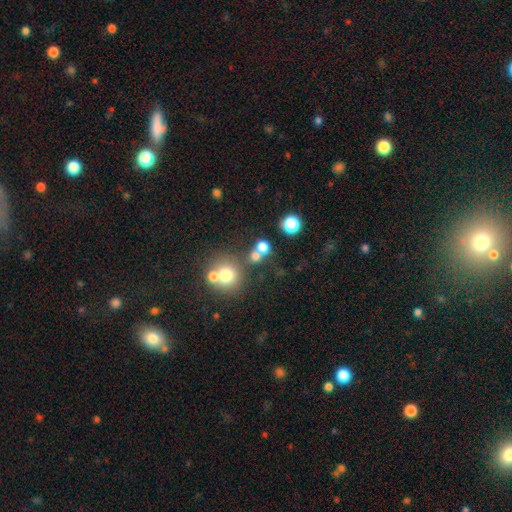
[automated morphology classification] Overall: smooth (69%). How rounded: round (84%). Merging: none (51%; merger 35%).